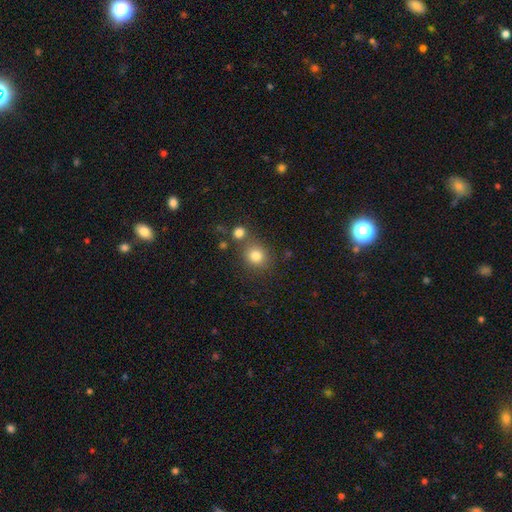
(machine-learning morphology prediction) Q: Smooth or featured?
A: smooth (81%); runner-up: star or artifact (12%)
Q: How rounded?
A: round (83%); runner-up: in between (16%)
Q: Merging?
A: none (70%); runner-up: merger (17%)